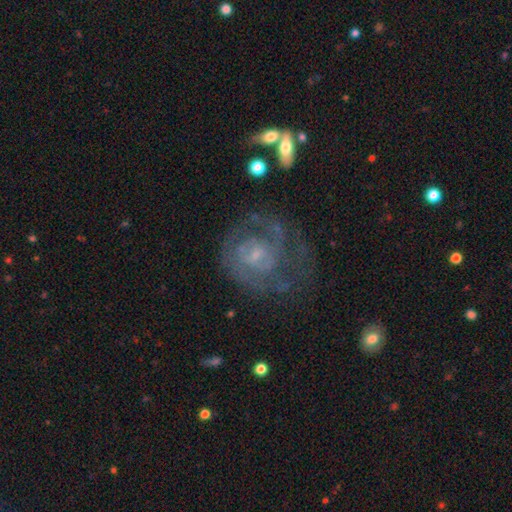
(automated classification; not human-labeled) Smooth or featured?
  - featured or disk: 77% *
  - smooth: 14%
  - star or artifact: 8%
Edge-on disk?
  - no: 97% *
  - yes: 3%
Bar?
  - no: 56% *
  - weak: 37%
  - strong: 6%
Spiral arms?
  - yes: 81% *
  - no: 19%
Spiral winding?
  - tight: 53% *
  - medium: 34%
  - loose: 13%
Spiral arm count?
  - can't tell: 41% *
  - 2: 30%
  - 3: 10%
  - 1: 10%
  - 4: 4%
  - more than 4: 4%
Bulge size?
  - small: 64% *
  - moderate: 20%
  - none: 13%
  - large: 2%
  - dominant: 1%
Merging?
  - none: 55% *
  - major disturbance: 23%
  - minor disturbance: 19%
  - merger: 3%